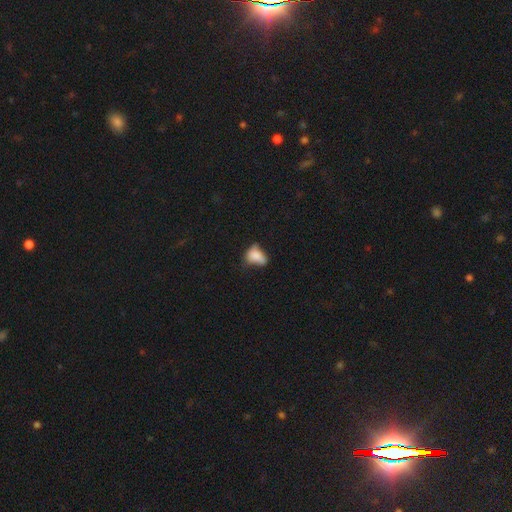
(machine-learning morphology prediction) The model was most divided on "merging": minor disturbance: 34%, none: 30%, major disturbance: 25%, merger: 11%. More confident: how rounded — in between (79%); smooth or featured — smooth (69%).